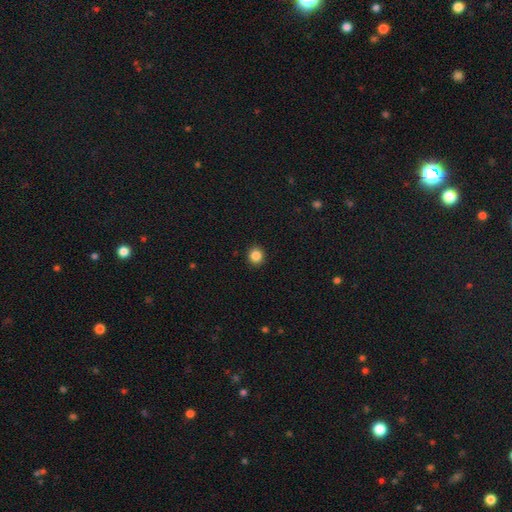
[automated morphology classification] A smooth galaxy with no disk features (86%) that is round (91%).

Vote fractions:
- Smooth or featured? smooth: 86% / star or artifact: 11% / featured or disk: 4%
- How rounded? round: 91% / in between: 8% / cigar-shaped: 1%
- Merging? none: 93% / minor disturbance: 5% / major disturbance: 2% / merger: 1%